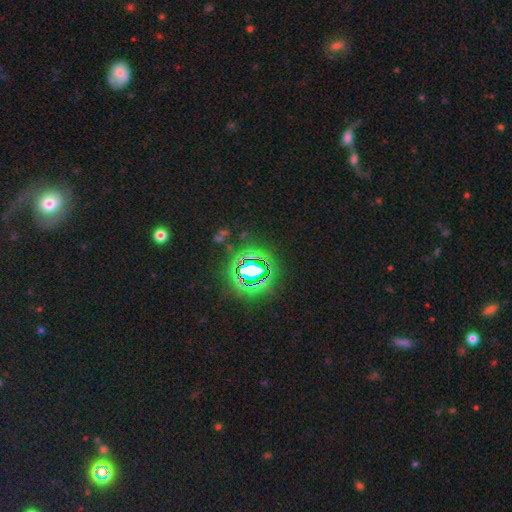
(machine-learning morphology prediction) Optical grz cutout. It shows a star or artifact, not a galaxy (76%).